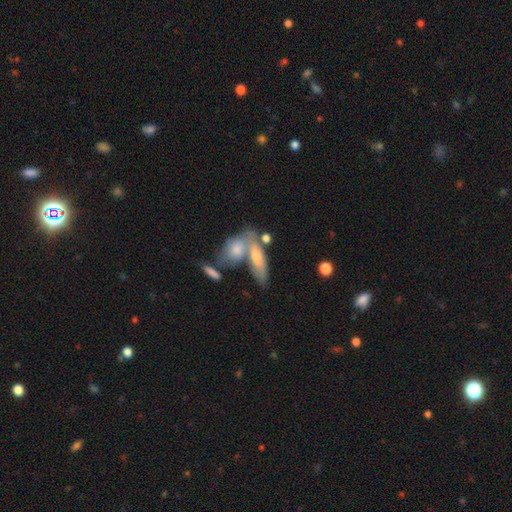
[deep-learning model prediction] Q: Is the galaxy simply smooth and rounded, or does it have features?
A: smooth — 53%.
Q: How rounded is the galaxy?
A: in between — 62%.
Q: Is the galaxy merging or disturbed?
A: merger — 46%.